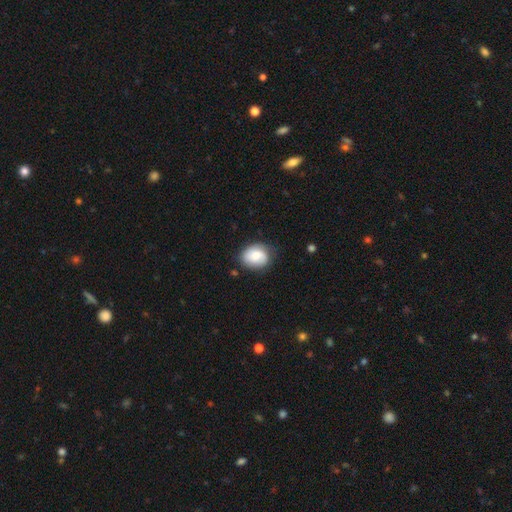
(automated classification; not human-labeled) Morphology: type=smooth (73%); roundness=in between (51%); merging=none (70%).